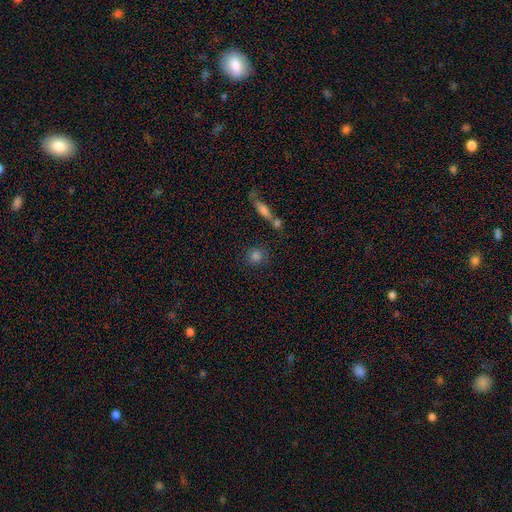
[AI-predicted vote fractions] Smooth or featured?
  - smooth: 80% *
  - star or artifact: 12%
  - featured or disk: 8%
How rounded?
  - round: 86% *
  - in between: 11%
  - cigar-shaped: 3%
Merging?
  - none: 77% *
  - merger: 10%
  - minor disturbance: 9%
  - major disturbance: 4%